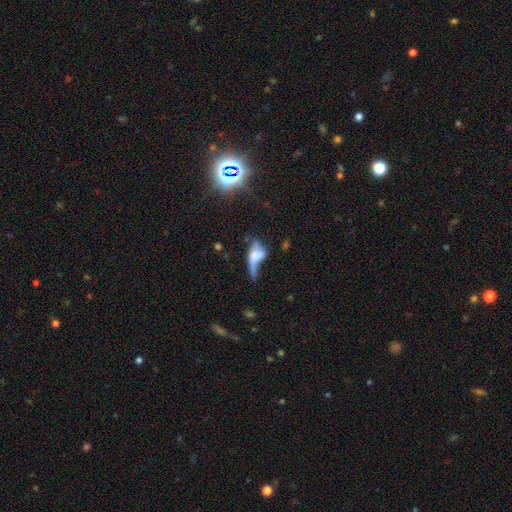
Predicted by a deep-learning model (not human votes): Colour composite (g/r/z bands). It shows a smooth galaxy with no disk features (44%). Merging: major disturbance (38%).